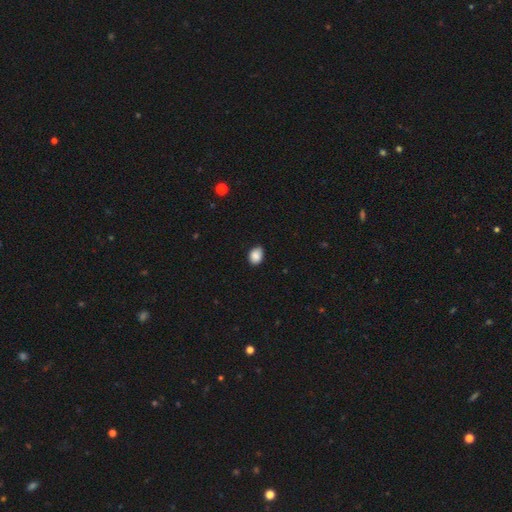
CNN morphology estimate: A smooth galaxy with no disk features (88%) that is in between round and cigar-shaped (69%).

Vote fractions:
- Smooth or featured? smooth: 88% / star or artifact: 8% / featured or disk: 4%
- How rounded? in between: 69% / round: 30% / cigar-shaped: 1%
- Merging? none: 82% / minor disturbance: 15% / major disturbance: 2% / merger: 1%